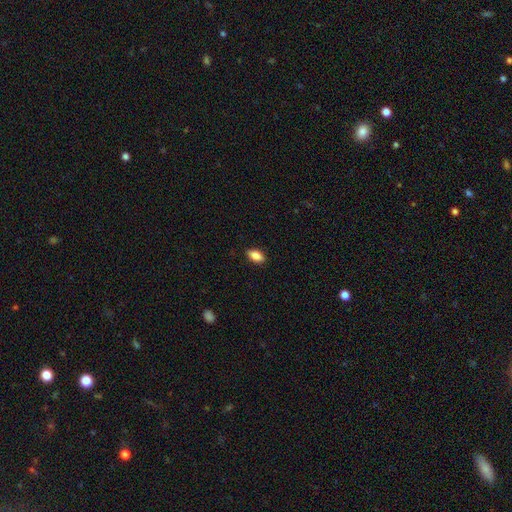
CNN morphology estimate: Smooth or featured? Predicted: smooth (p=0.88). How rounded? Predicted: in between (p=0.91). Merging? Predicted: none (p=0.88).